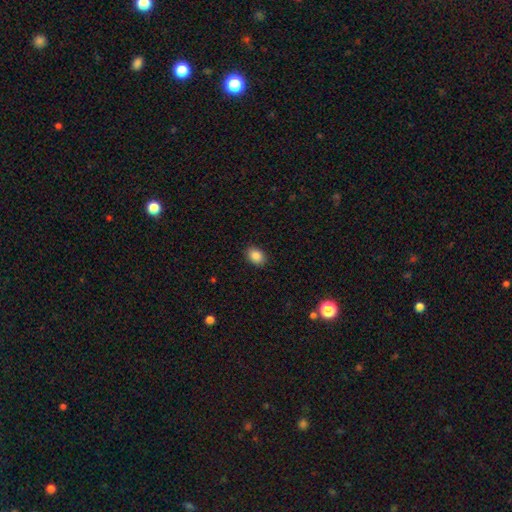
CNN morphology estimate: Smooth or featured? smooth (87%)
How rounded? in between (73%)
Merging? none (89%)